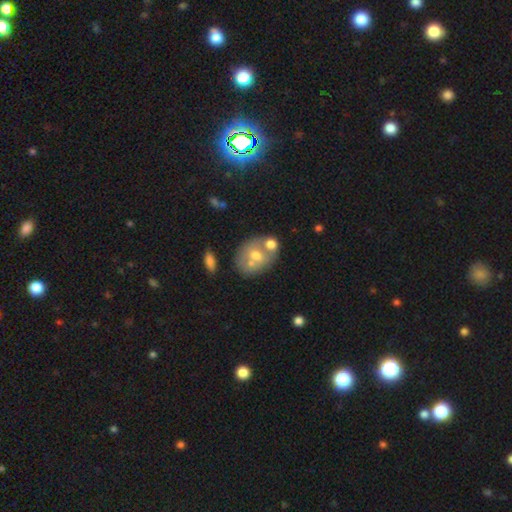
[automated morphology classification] smooth-or-featured: smooth: 54% | featured or disk: 37% | star or artifact: 9%
  how-rounded: in between: 50% | round: 49% | cigar-shaped: 1%
  merging: none: 45% | merger: 37% | minor disturbance: 13% | major disturbance: 5%